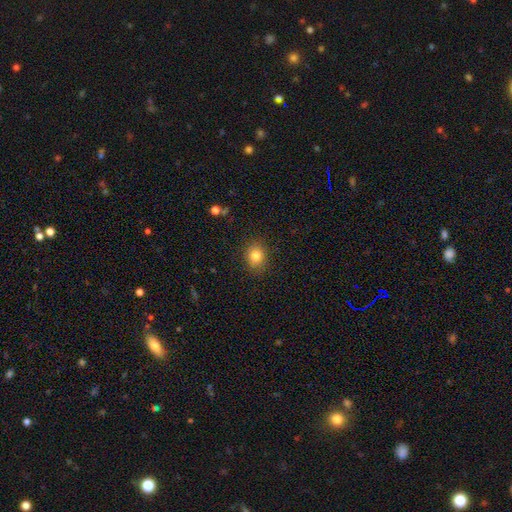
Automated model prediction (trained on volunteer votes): This is clearly a smooth galaxy (83%). How rounded: likely round (65%). Merging: clearly none (86%).